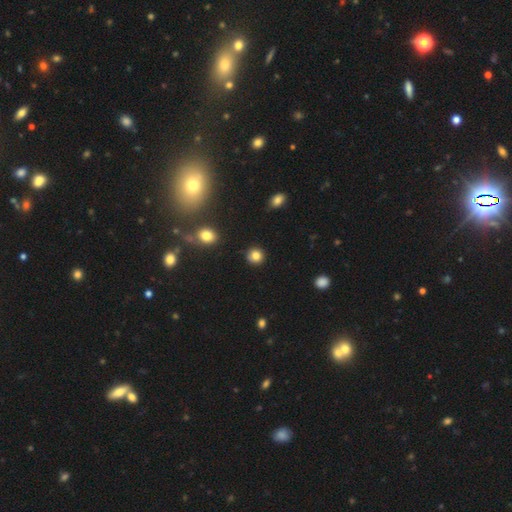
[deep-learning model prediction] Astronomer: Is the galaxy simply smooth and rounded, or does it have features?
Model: smooth — 82%.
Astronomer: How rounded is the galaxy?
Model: round — 91%.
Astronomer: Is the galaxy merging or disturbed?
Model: none — 88%.